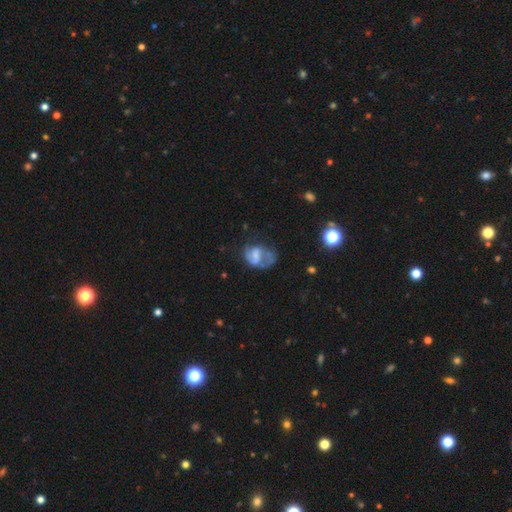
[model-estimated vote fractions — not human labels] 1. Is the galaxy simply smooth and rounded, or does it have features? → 58% featured or disk, 32% smooth, 10% star or artifact.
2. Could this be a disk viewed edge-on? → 98% no, 2% yes.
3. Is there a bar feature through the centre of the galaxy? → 44% no, 42% weak, 14% strong.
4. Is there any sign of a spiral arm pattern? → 65% yes, 35% no.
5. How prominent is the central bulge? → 35% none, 28% small, 26% moderate, 9% large, 2% dominant.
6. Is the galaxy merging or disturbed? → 36% major disturbance, 32% none, 23% minor disturbance, 9% merger.